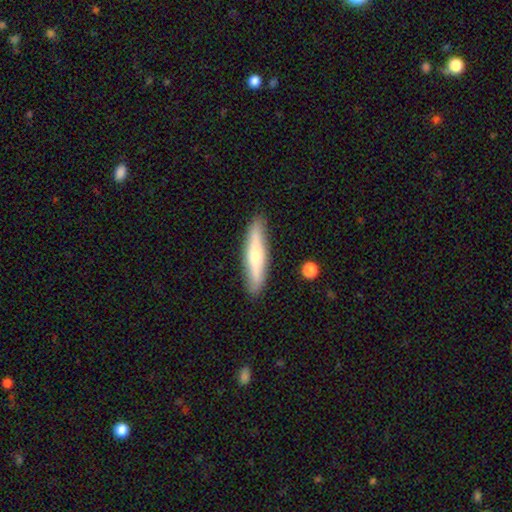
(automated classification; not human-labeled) Smooth or featured?
  - smooth: 50% *
  - featured or disk: 45%
  - star or artifact: 6%
Merging?
  - none: 87% *
  - minor disturbance: 9%
  - major disturbance: 2%
  - merger: 2%